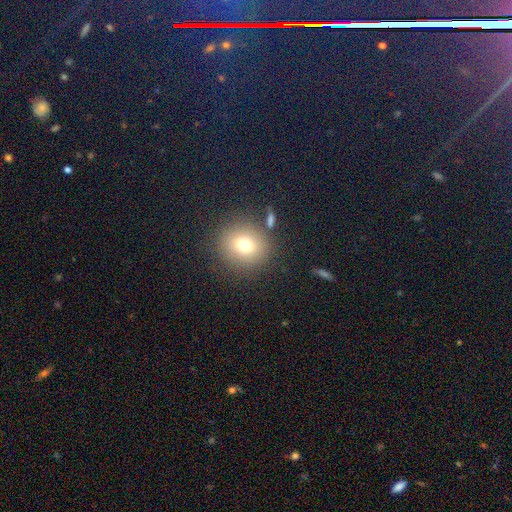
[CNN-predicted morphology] Smooth or featured? smooth (65%)
How rounded? round (87%)
Merging? none (87%)